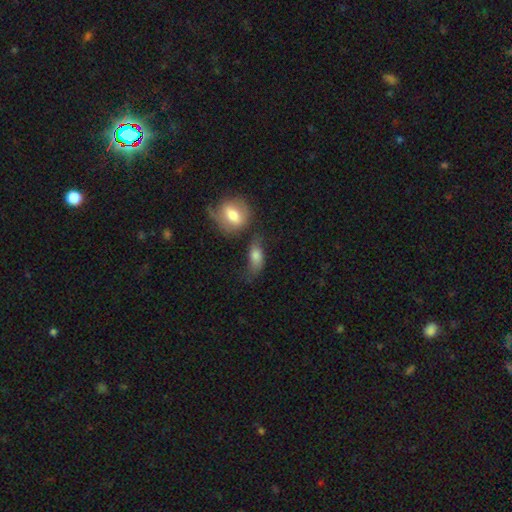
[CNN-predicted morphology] smooth-or-featured: smooth: 66% | featured or disk: 25% | star or artifact: 10%
  how-rounded: in between: 79% | cigar-shaped: 11% | round: 10%
  merging: none: 43% | minor disturbance: 23% | merger: 20% | major disturbance: 14%